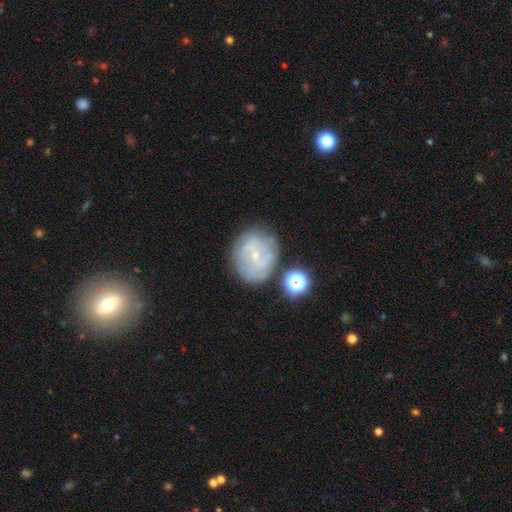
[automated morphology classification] This appears to be a featured or disk galaxy (70%) with no bar (46%), 2 (40%) tight (45%) spiral arms (84%) and a small central bulge (80%). Merging: none (69%).